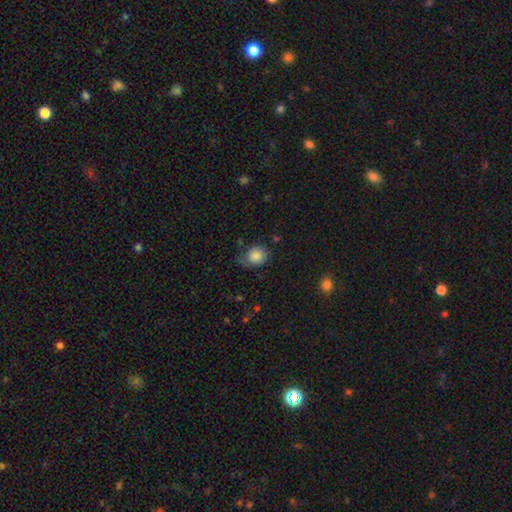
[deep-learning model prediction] This is clearly a smooth galaxy (84%). How rounded: likely round (75%). Merging: likely none (61%).